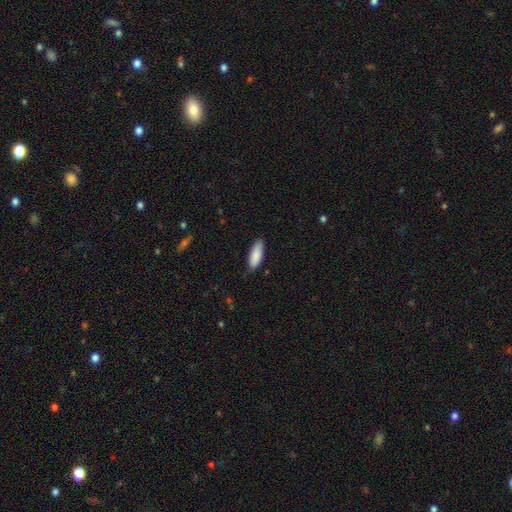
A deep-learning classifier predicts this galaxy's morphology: Smooth or featured: smooth — 88% (featured or disk — 6%)
How rounded: in between — 67% (cigar-shaped — 32%)
Merging: none — 80% (minor disturbance — 17%)